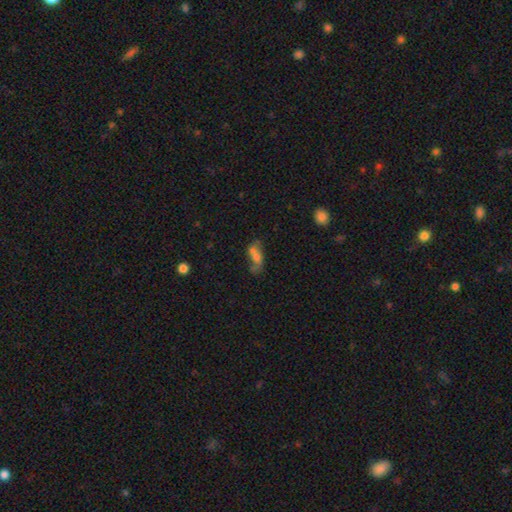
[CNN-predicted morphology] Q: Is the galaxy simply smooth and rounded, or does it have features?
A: smooth — 49%.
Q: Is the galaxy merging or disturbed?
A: merger — 45%.